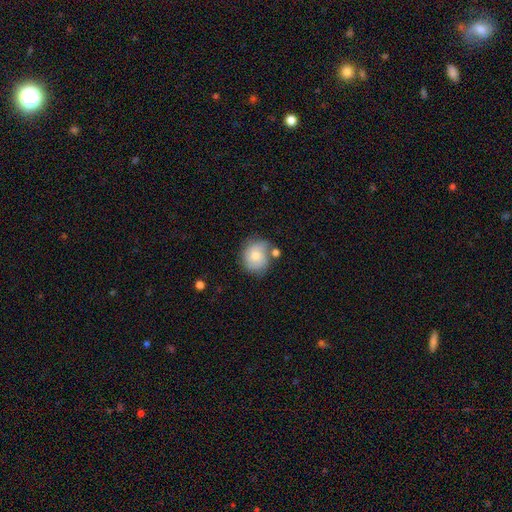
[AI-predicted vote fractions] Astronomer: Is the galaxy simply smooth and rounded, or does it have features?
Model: smooth — 70%.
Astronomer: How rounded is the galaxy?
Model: round — 76%.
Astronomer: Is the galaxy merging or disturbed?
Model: none — 57%.